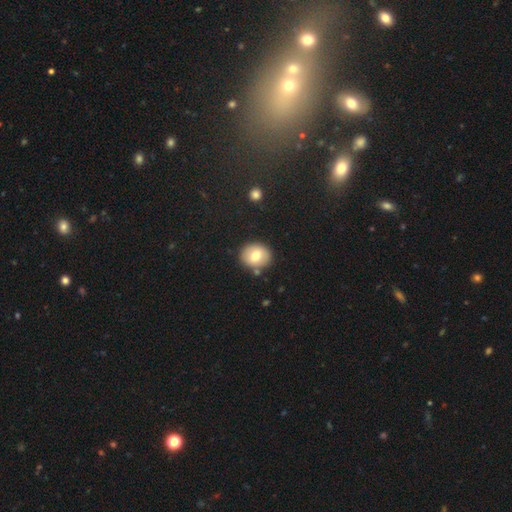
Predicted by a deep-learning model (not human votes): The model was most divided on "how rounded": round: 67%, in between: 32%, cigar-shaped: 1%. More confident: merging — none (82%); smooth or featured — smooth (72%).